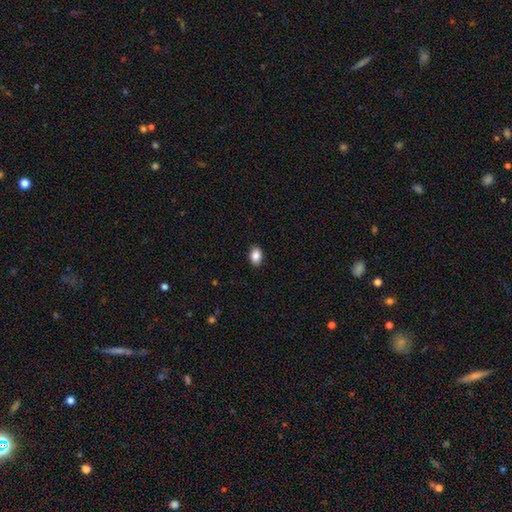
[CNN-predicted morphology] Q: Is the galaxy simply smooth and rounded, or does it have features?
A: smooth — 86%.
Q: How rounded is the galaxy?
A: in between — 75%.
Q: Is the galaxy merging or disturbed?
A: none — 88%.